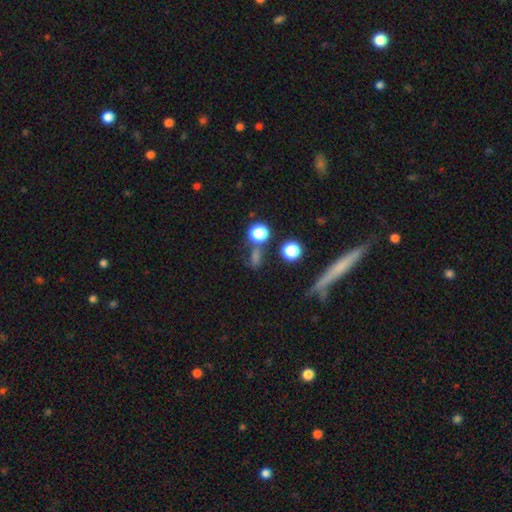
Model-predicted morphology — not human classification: Smooth or featured? Predicted: smooth (p=0.58). How rounded? Predicted: round (p=0.55). Merging? Predicted: none (p=0.63).